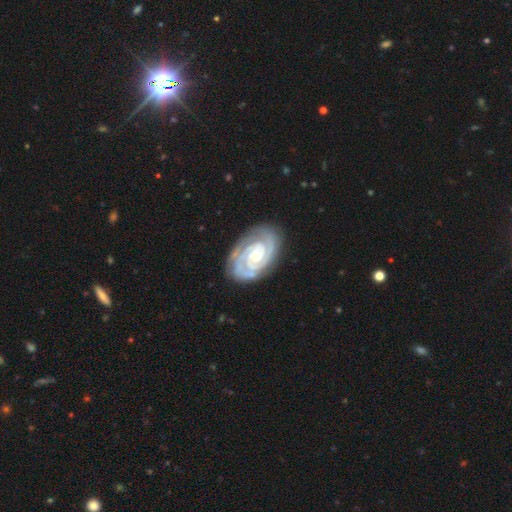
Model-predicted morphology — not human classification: Smooth or featured? Predicted: featured or disk (p=0.91). Edge-on disk? Predicted: no (p=0.98). Bar? Predicted: no (p=0.55). Spiral arms? Predicted: yes (p=0.98). Spiral winding? Predicted: tight (p=0.79). Spiral arm count? Predicted: 2 (p=0.68). Bulge size? Predicted: small (p=0.47). Merging? Predicted: none (p=0.80).